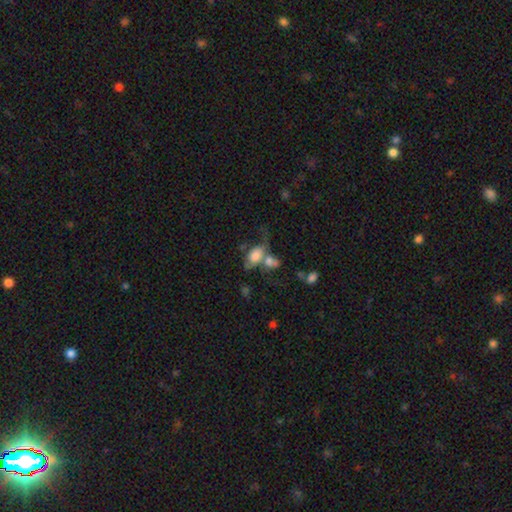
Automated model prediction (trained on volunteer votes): This appears to be a smooth galaxy with no disk features (69%) that is in between round and cigar-shaped (85%). Merging: merger (49%).